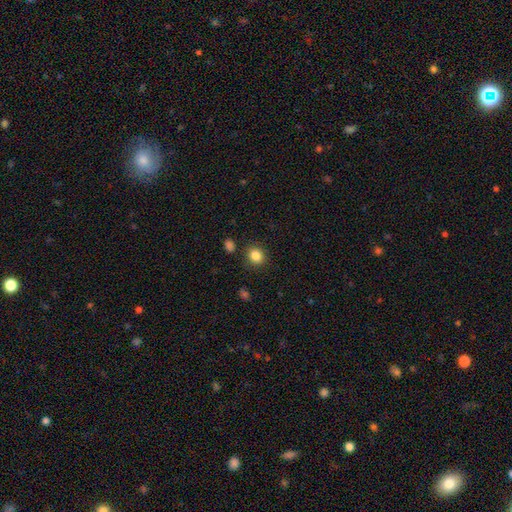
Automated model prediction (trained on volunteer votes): Overall: smooth (85%). How rounded: round (75%). Merging: none (85%).